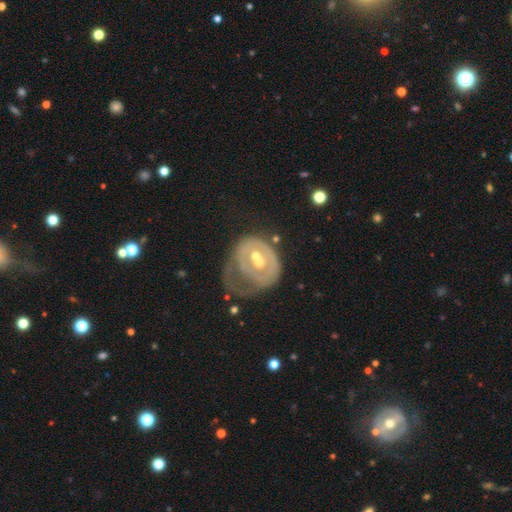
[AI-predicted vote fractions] This is likely a featured or disk galaxy (66%). It is clearly not viewed edge-on (97%). Bar: likely no (79%). Spiral arm pattern: likely no (66%). Central bulge: possibly moderate (56%). Merging: marginally major disturbance (32%).